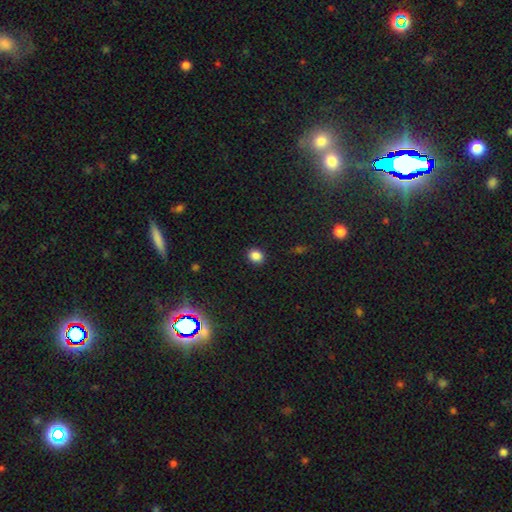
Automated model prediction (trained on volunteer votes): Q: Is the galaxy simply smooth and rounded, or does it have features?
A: smooth — 85%.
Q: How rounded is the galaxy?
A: round — 63%.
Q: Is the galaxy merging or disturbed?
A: none — 90%.